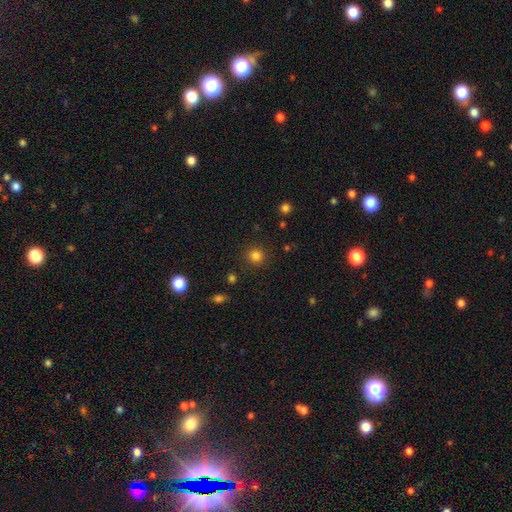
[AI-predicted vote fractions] Q: Smooth or featured?
A: smooth (83%); runner-up: star or artifact (13%)
Q: How rounded?
A: round (92%); runner-up: in between (7%)
Q: Merging?
A: none (89%); runner-up: minor disturbance (6%)